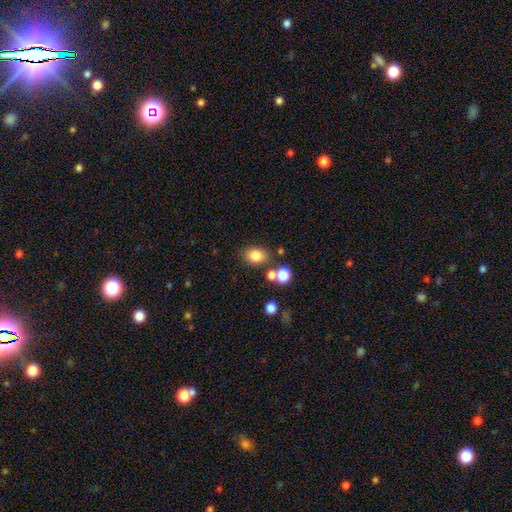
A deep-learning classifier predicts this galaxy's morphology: A smooth galaxy with no disk features (82%) that is in between round and cigar-shaped (60%). Merging: none (73%).